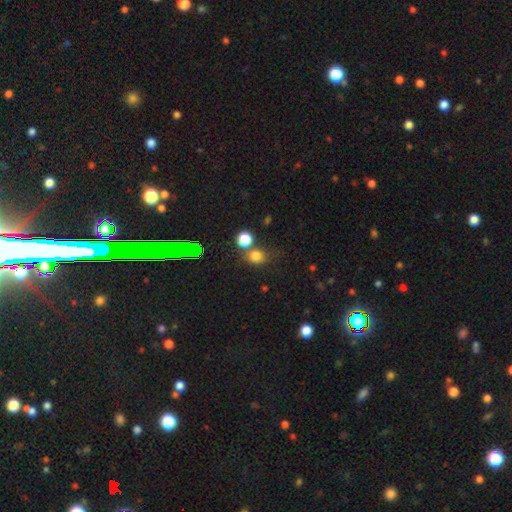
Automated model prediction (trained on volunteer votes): Morphology: type=smooth (75%); roundness=round (79%); merging=none (60%).